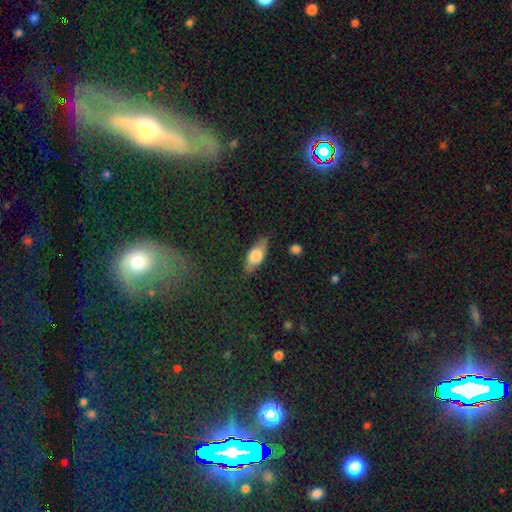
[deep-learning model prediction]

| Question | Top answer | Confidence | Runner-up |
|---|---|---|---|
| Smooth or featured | smooth | 64% | featured or disk (29%) |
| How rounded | in between | 74% | cigar-shaped (22%) |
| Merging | none | 81% | minor disturbance (14%) |